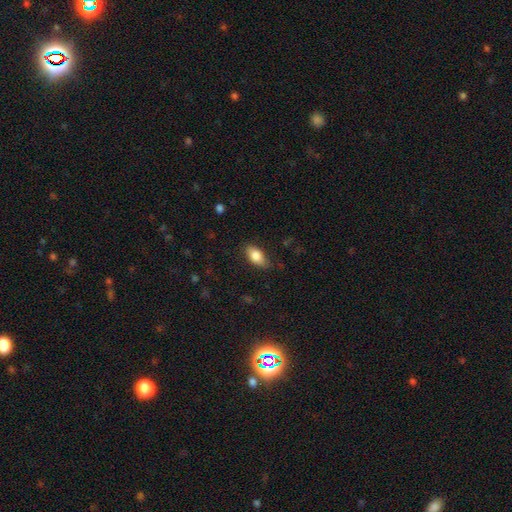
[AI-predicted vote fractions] smooth-or-featured: smooth: 83% | featured or disk: 10% | star or artifact: 7%
  how-rounded: in between: 90% | cigar-shaped: 6% | round: 4%
  merging: none: 80% | minor disturbance: 15% | major disturbance: 3% | merger: 1%